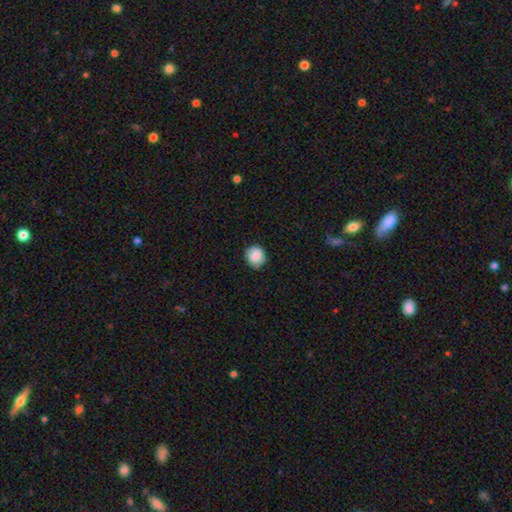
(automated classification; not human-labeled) Overall: smooth (83%). How rounded: round (80%). Merging: none (79%).